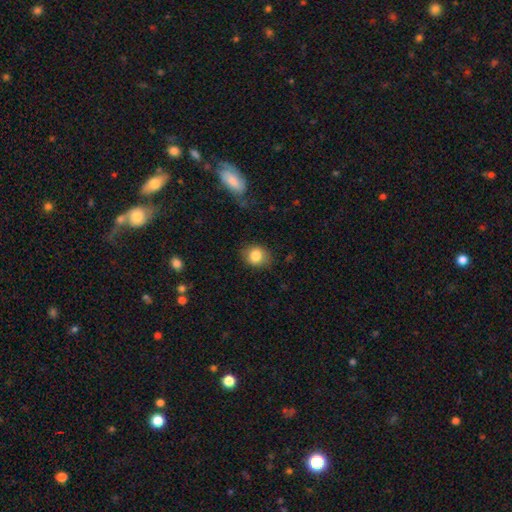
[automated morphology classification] Smooth or featured? smooth (83%)
How rounded? round (60%)
Merging? none (80%)